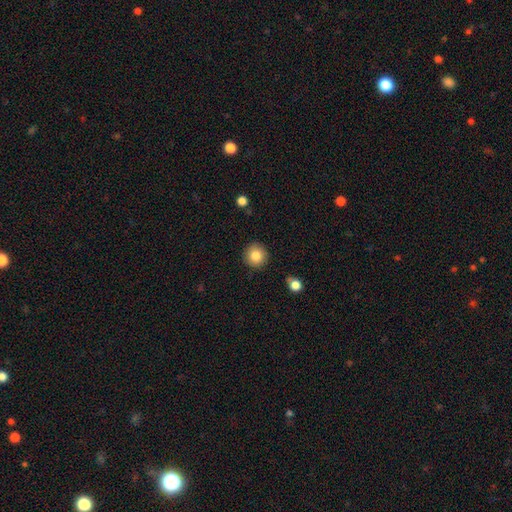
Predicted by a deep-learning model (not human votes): smooth-or-featured: smooth: 84% | star or artifact: 9% | featured or disk: 7%
  how-rounded: round: 93% | in between: 6% | cigar-shaped: 1%
  merging: none: 90% | minor disturbance: 7% | major disturbance: 2% | merger: 2%